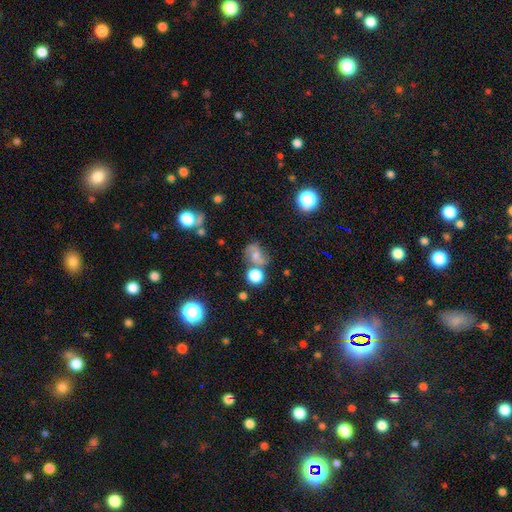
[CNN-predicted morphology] Overall: smooth (42%; featured or disk 40%). Merging: none (48%; merger 24%).